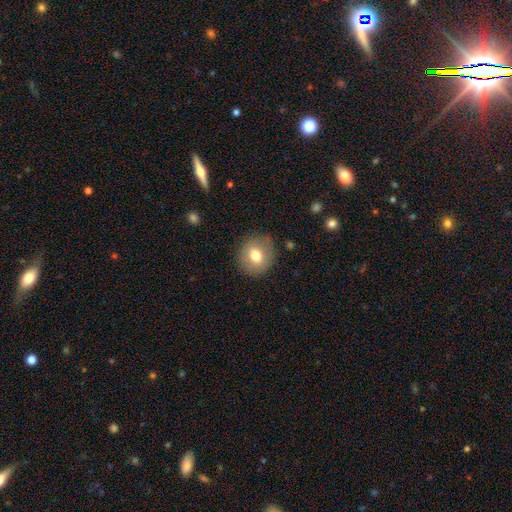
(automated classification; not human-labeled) Morphology: type=smooth (73%); roundness=round (85%); merging=none (85%).